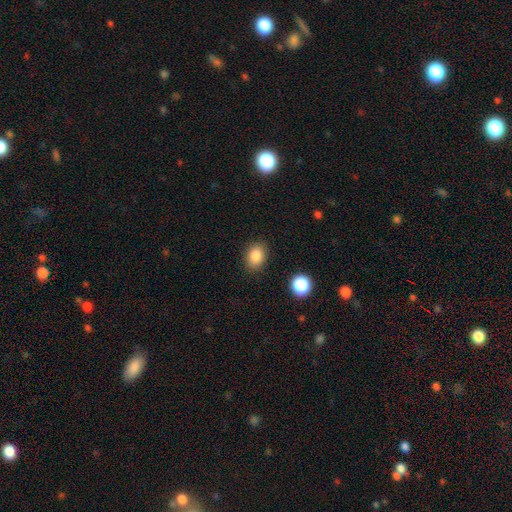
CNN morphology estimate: The model was most divided on "how rounded": in between: 72%, round: 27%, cigar-shaped: 1%. More confident: smooth or featured — smooth (86%); merging — none (86%).